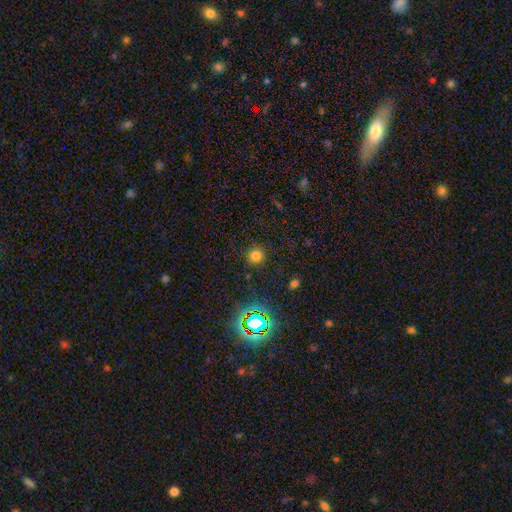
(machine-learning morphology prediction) Overall: smooth (73%). How rounded: round (92%). Merging: none (86%).